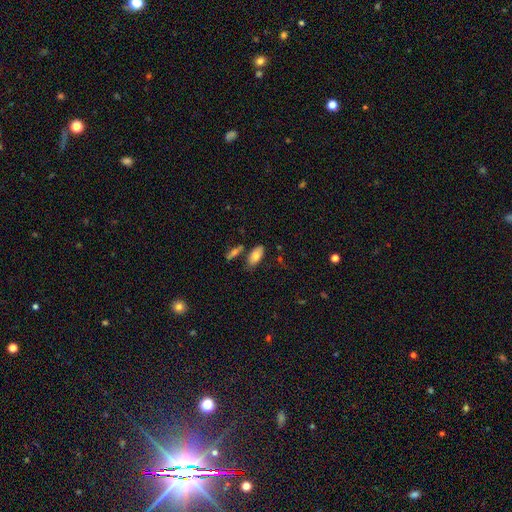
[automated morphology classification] type=smooth (77%); roundness=in between (89%); merging=none (66%).